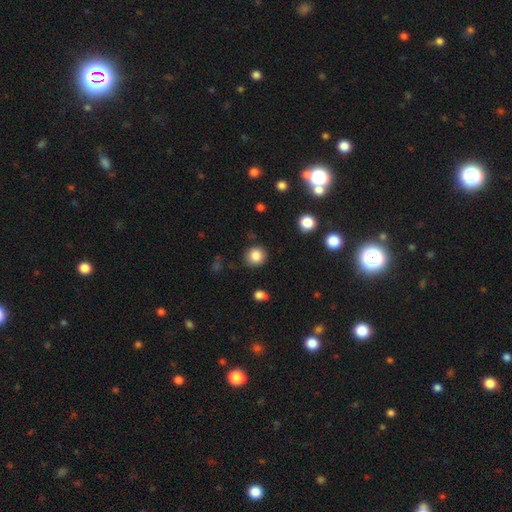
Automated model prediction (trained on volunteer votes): Morphology: type=smooth (85%); roundness=round (89%); merging=none (86%).